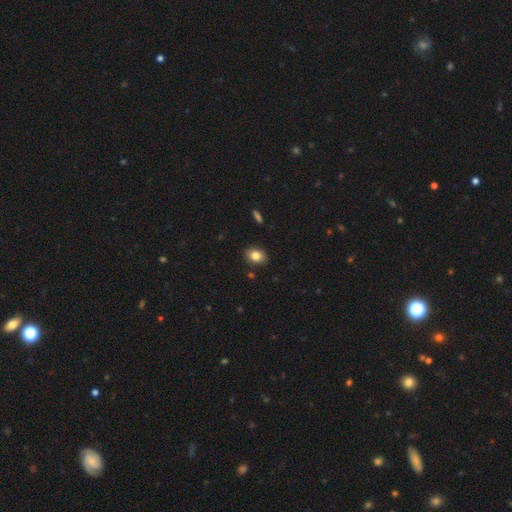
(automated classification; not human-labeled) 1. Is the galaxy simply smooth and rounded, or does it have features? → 82% smooth, 9% star or artifact, 9% featured or disk.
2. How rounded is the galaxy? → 64% in between, 35% round, 1% cigar-shaped.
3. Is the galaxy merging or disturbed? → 88% none, 9% minor disturbance, 2% major disturbance, 2% merger.